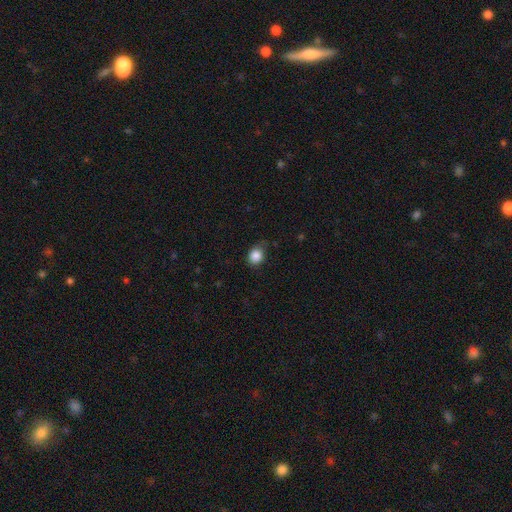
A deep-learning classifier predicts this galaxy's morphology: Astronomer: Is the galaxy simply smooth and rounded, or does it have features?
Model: smooth — 86%.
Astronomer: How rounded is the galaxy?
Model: round — 66%.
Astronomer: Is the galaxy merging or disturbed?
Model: none — 65%.